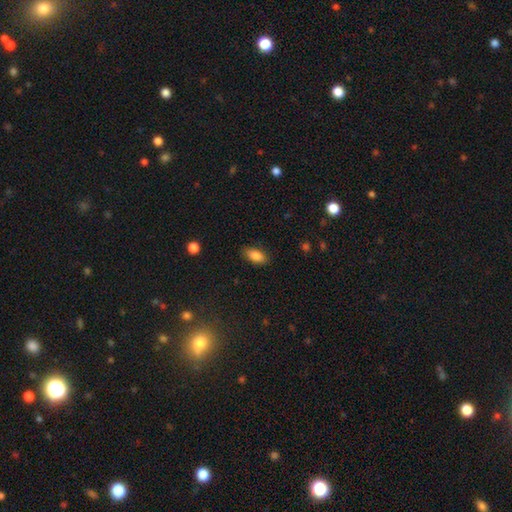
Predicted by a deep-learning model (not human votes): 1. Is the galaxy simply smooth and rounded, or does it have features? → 85% smooth, 8% star or artifact, 6% featured or disk.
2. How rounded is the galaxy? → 90% in between, 6% cigar-shaped, 4% round.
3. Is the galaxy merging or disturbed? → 86% none, 10% minor disturbance, 3% major disturbance, 1% merger.